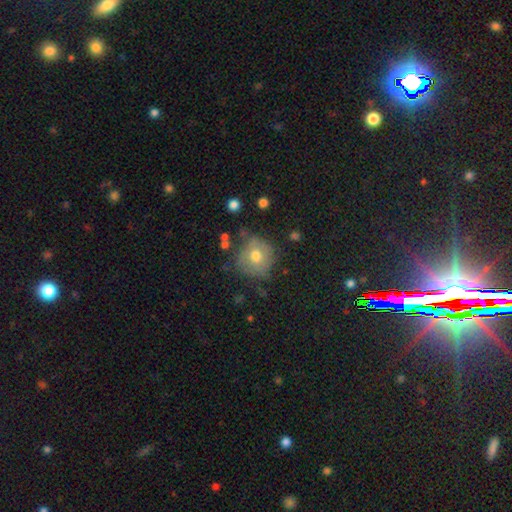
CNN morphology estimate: smooth-or-featured: smooth: 66% | featured or disk: 24% | star or artifact: 10%
  how-rounded: round: 88% | in between: 11% | cigar-shaped: 1%
  merging: none: 65% | minor disturbance: 23% | major disturbance: 9% | merger: 3%